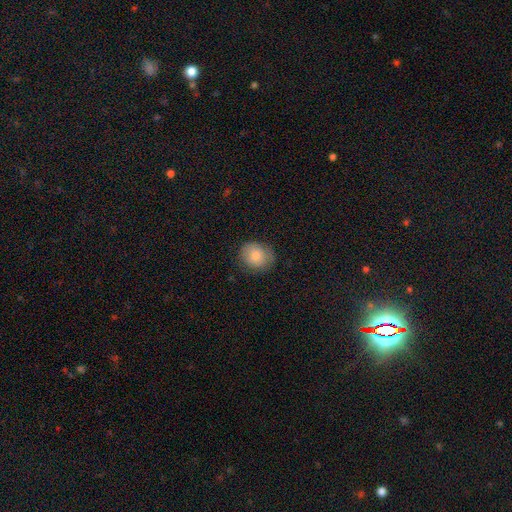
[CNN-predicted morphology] Overall: smooth (78%). How rounded: round (73%). Merging: none (78%).